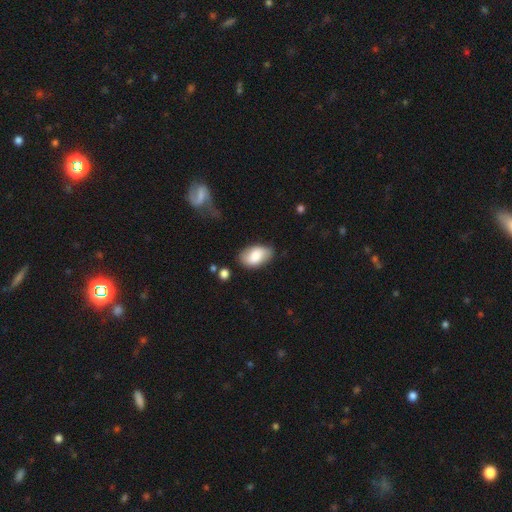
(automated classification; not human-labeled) Morphology: type=smooth (80%); roundness=in between (93%); merging=none (75%).